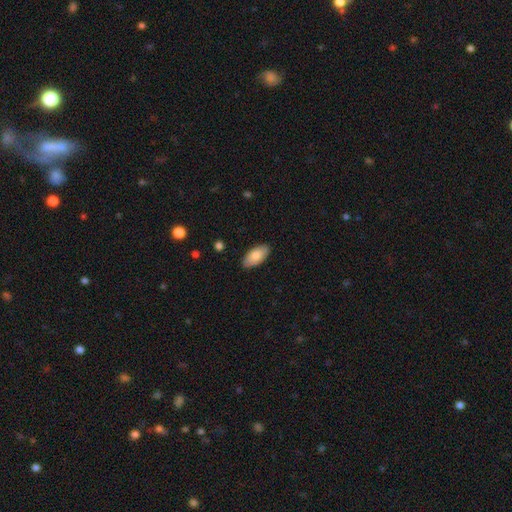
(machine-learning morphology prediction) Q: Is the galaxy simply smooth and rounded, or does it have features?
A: smooth — 82%.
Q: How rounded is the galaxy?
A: in between — 92%.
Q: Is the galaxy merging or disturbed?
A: none — 86%.